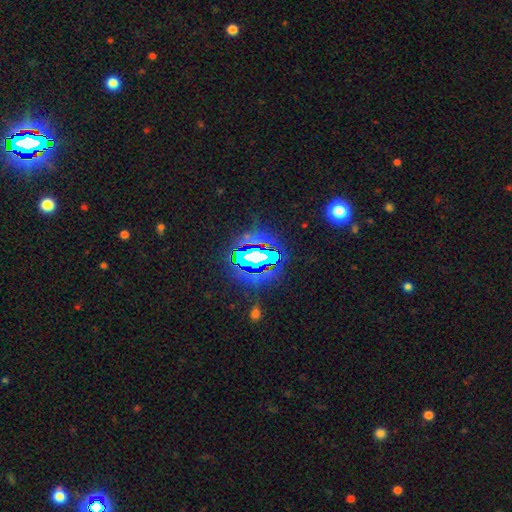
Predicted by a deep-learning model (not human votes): Overall: star or artifact (72%).